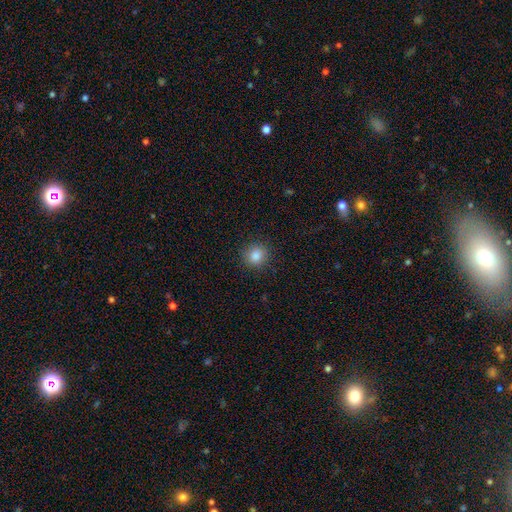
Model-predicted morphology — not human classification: smooth_or_featured: smooth (p=0.85) [alt: star or artifact p=0.11]
how_rounded: round (p=0.84) [alt: in between p=0.15]
merging: none (p=0.89) [alt: minor disturbance p=0.07]